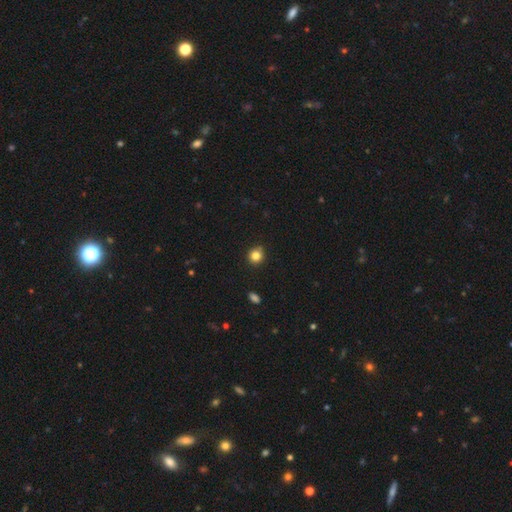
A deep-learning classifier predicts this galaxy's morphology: Smooth or featured?
  - smooth: 83% *
  - star or artifact: 12%
  - featured or disk: 5%
How rounded?
  - round: 88% *
  - in between: 11%
  - cigar-shaped: 1%
Merging?
  - none: 87% *
  - minor disturbance: 10%
  - major disturbance: 2%
  - merger: 1%